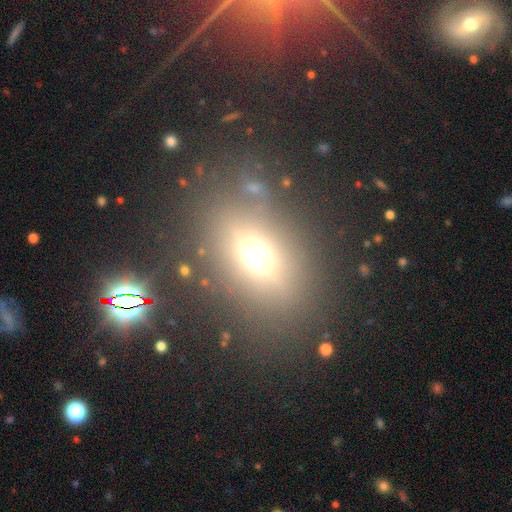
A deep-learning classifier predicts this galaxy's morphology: smooth_or_featured: smooth (p=0.39) [alt: featured or disk p=0.35]
merging: none (p=0.79) [alt: minor disturbance p=0.11]